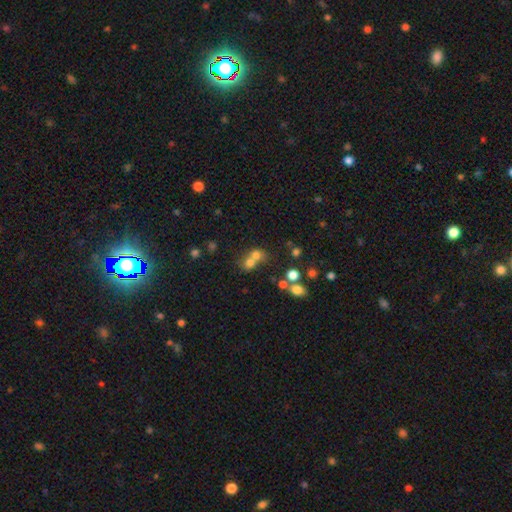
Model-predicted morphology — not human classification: Smooth or featured: smooth — 68% (star or artifact — 17%)
How rounded: round — 70% (in between — 29%)
Merging: merger — 61% (none — 29%)